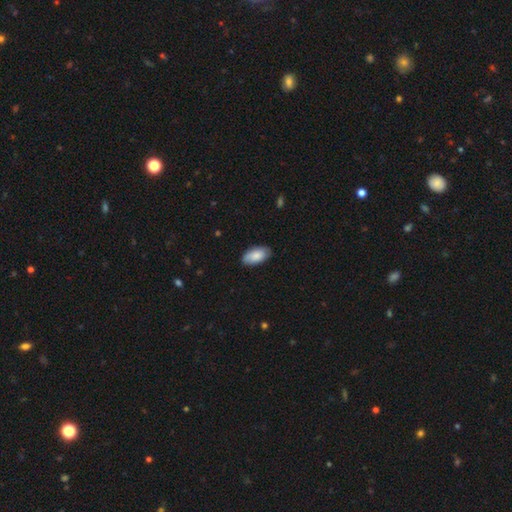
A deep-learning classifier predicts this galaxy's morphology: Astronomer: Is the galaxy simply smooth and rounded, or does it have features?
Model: smooth — 84%.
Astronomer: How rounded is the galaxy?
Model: in between — 95%.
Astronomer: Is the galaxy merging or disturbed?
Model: none — 84%.